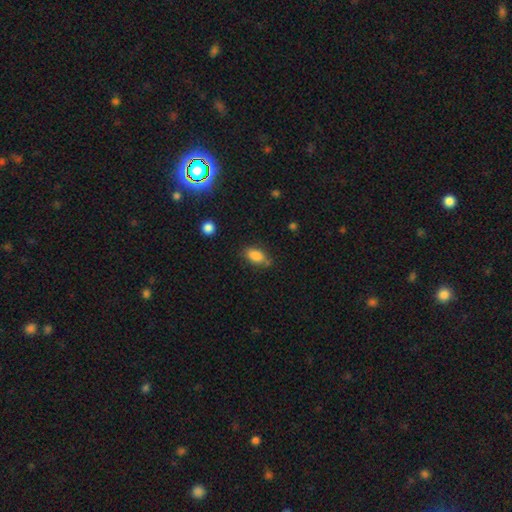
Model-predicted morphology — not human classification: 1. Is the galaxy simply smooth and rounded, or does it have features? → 85% smooth, 9% star or artifact, 7% featured or disk.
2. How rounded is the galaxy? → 88% in between, 8% round, 4% cigar-shaped.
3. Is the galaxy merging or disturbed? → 67% none, 23% minor disturbance, 5% major disturbance, 4% merger.